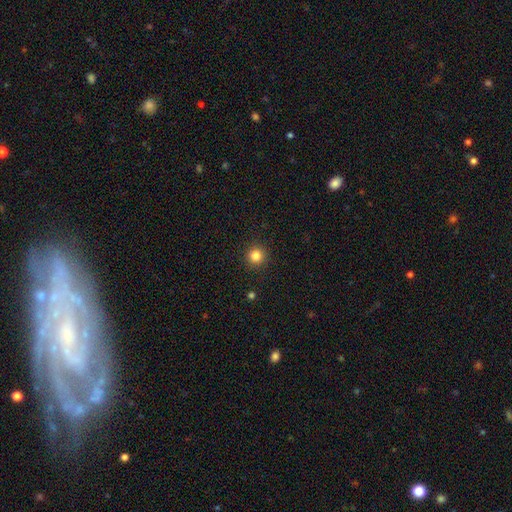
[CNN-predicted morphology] Q: Smooth or featured?
A: smooth (83%); runner-up: star or artifact (13%)
Q: How rounded?
A: round (95%); runner-up: in between (4%)
Q: Merging?
A: none (92%); runner-up: minor disturbance (5%)